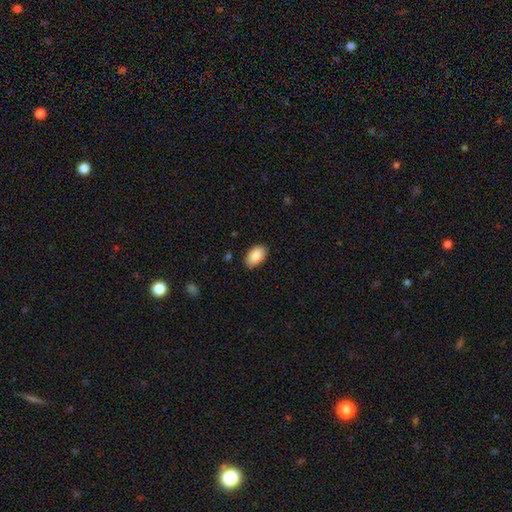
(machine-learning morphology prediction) A smooth galaxy with no disk features (87%) that is in between round and cigar-shaped (93%).

Vote fractions:
- Smooth or featured? smooth: 87% / star or artifact: 6% / featured or disk: 6%
- How rounded? in between: 93% / round: 6% / cigar-shaped: 1%
- Merging? none: 86% / minor disturbance: 11% / major disturbance: 2% / merger: 1%